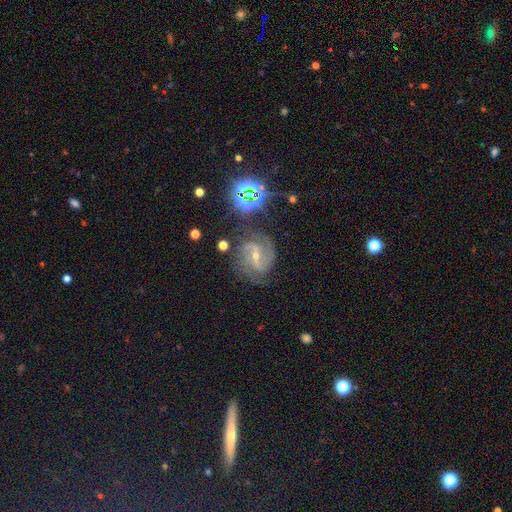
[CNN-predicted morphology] Smooth or featured?
  - featured or disk: 83% *
  - star or artifact: 12%
  - smooth: 5%
Edge-on disk?
  - no: 97% *
  - yes: 3%
Bar?
  - strong: 46% *
  - weak: 39%
  - no: 15%
Spiral arms?
  - yes: 97% *
  - no: 3%
Spiral winding?
  - medium: 54% *
  - loose: 25%
  - tight: 20%
Spiral arm count?
  - 2: 81% *
  - 3: 7%
  - can't tell: 6%
  - 1: 2%
  - 4: 2%
  - more than 4: 2%
Bulge size?
  - small: 65% *
  - moderate: 31%
  - none: 2%
  - large: 1%
  - dominant: 1%
Merging?
  - none: 71% *
  - minor disturbance: 17%
  - major disturbance: 8%
  - merger: 3%